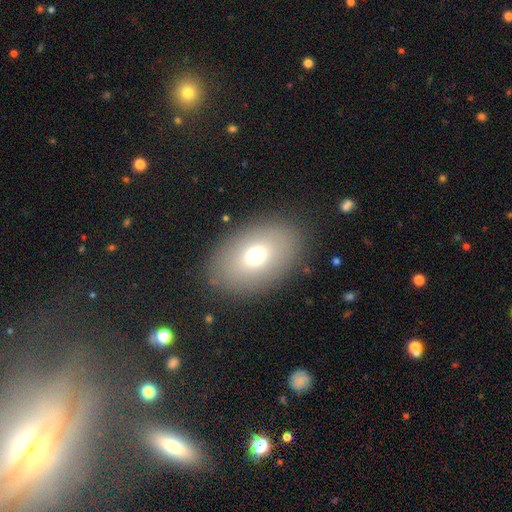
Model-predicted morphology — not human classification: The model was most divided on "smooth or featured": smooth: 71%, featured or disk: 18%, star or artifact: 11%. More confident: merging — none (86%); how rounded — in between (84%).